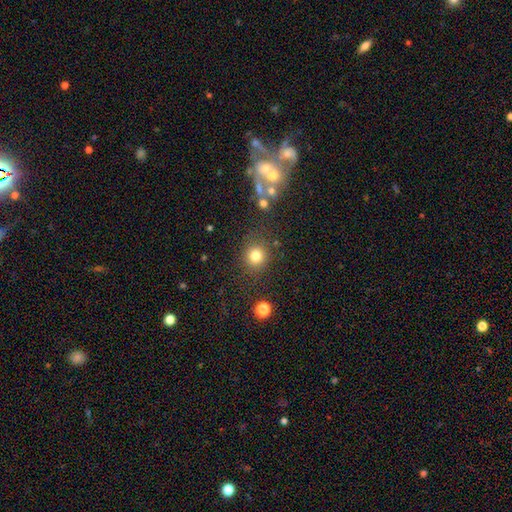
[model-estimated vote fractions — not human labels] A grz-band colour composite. It shows a smooth galaxy with no disk features (79%) that is round (88%). Merging: none (83%).